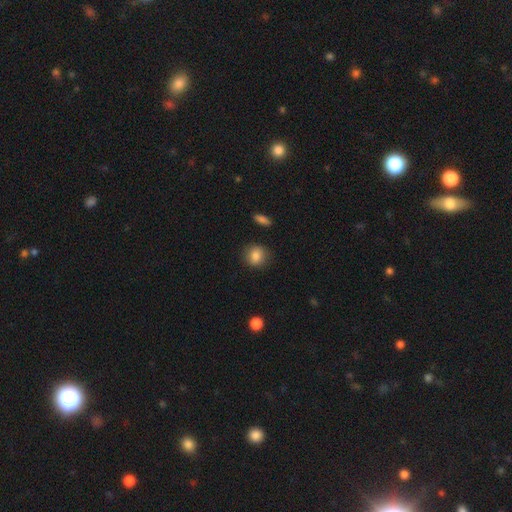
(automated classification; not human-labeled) This appears to be a smooth galaxy with no disk features (85%) that is round (80%). Merging: none (86%).